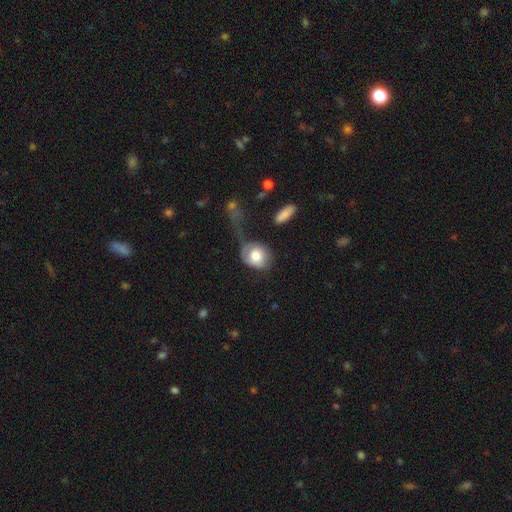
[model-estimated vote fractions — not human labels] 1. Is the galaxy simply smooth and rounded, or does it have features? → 72% smooth, 22% featured or disk, 7% star or artifact.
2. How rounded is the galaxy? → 59% round, 39% in between, 1% cigar-shaped.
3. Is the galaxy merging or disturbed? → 38% major disturbance, 29% none, 25% minor disturbance, 8% merger.